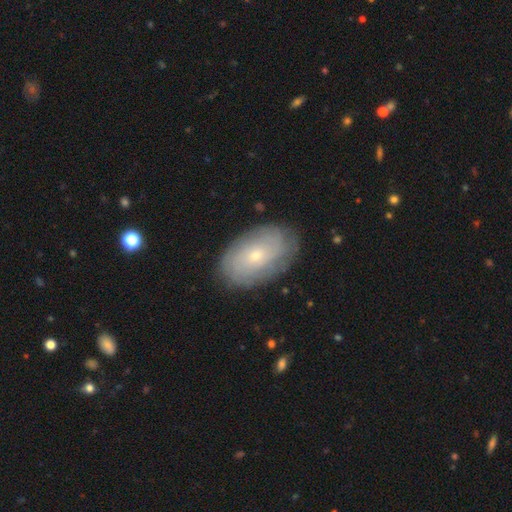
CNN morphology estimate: The model was most divided on "smooth or featured": featured or disk: 57%, smooth: 35%, star or artifact: 8%. More confident: edge-on disk — no (93%); bar — no (84%); merging — none (82%); bulge size — small (79%); spiral arms — yes (69%).